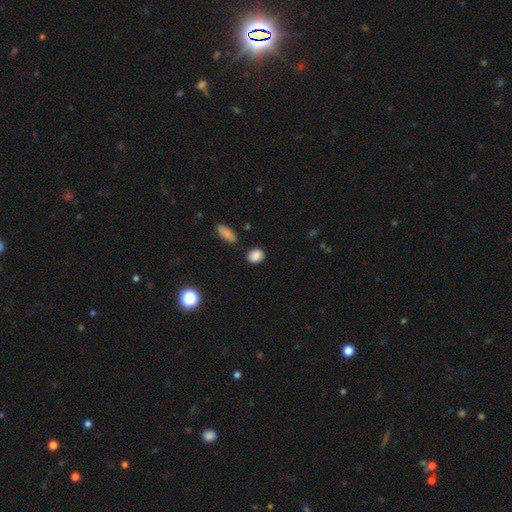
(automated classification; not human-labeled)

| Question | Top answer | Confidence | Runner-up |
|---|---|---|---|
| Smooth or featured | smooth | 87% | star or artifact (9%) |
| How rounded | in between | 50% | round (48%) |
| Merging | none | 81% | minor disturbance (12%) |